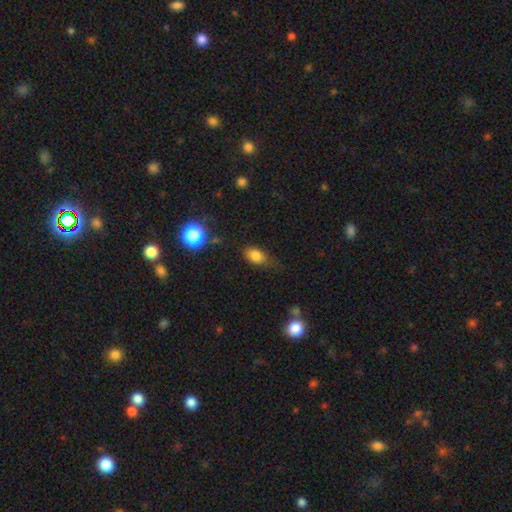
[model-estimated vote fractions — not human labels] Smooth or featured? smooth (79%)
How rounded? in between (78%)
Merging? none (60%)